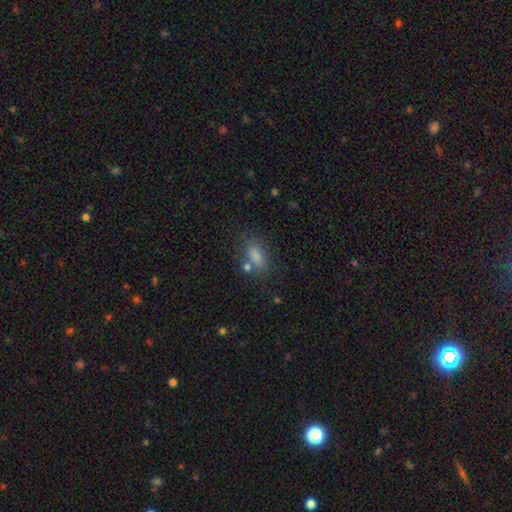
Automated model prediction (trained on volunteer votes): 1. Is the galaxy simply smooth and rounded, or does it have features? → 75% smooth, 15% star or artifact, 10% featured or disk.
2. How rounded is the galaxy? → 72% in between, 21% cigar-shaped, 7% round.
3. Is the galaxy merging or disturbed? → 69% none, 15% minor disturbance, 11% merger, 6% major disturbance.